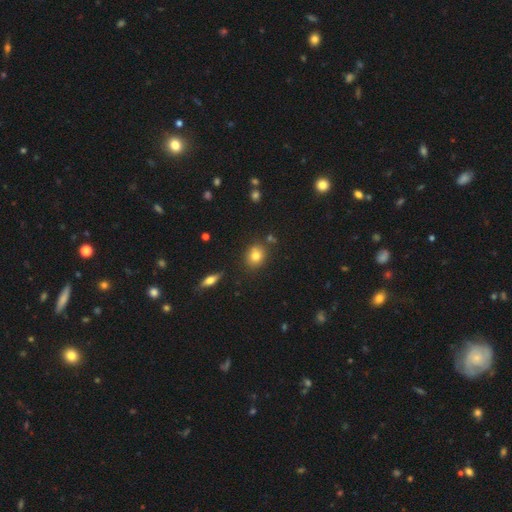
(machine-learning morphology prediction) Smooth or featured?
  - smooth: 79% *
  - star or artifact: 11%
  - featured or disk: 10%
How rounded?
  - round: 64% *
  - in between: 35%
  - cigar-shaped: 2%
Merging?
  - none: 81% *
  - minor disturbance: 11%
  - merger: 5%
  - major disturbance: 3%